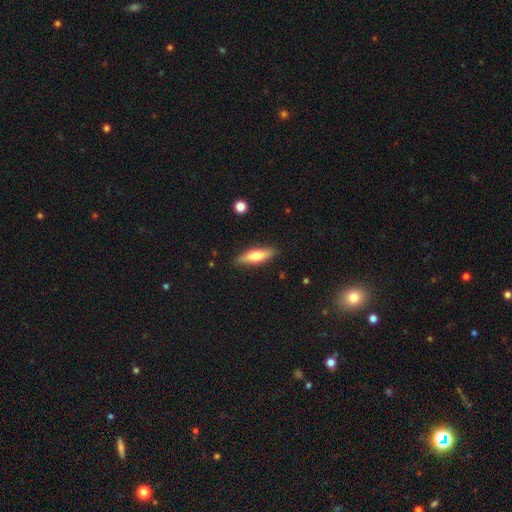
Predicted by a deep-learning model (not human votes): Q: Smooth or featured?
A: smooth (61%); runner-up: featured or disk (33%)
Q: How rounded?
A: cigar-shaped (63%); runner-up: in between (36%)
Q: Merging?
A: none (88%); runner-up: minor disturbance (9%)